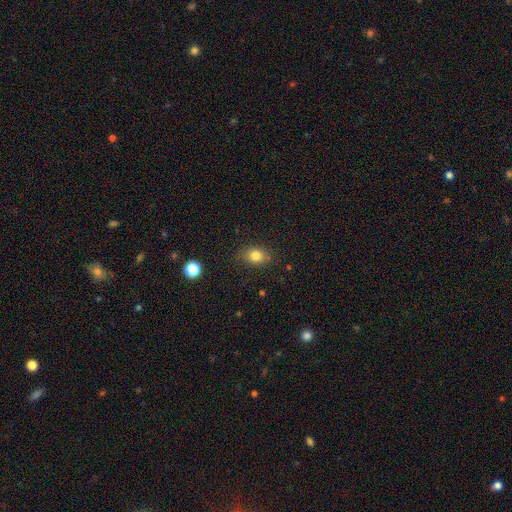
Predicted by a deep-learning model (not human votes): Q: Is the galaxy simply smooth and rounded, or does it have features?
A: smooth — 81%.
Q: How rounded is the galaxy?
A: in between — 60%.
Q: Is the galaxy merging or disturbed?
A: none — 82%.